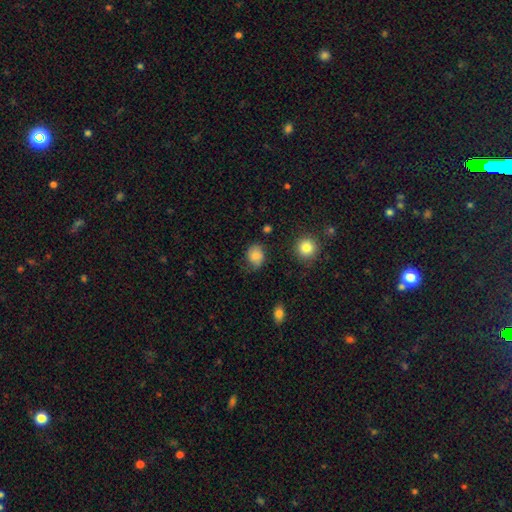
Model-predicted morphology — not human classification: Smooth or featured: smooth — 80% (featured or disk — 11%)
How rounded: round — 55% (in between — 45%)
Merging: none — 63% (minor disturbance — 26%)